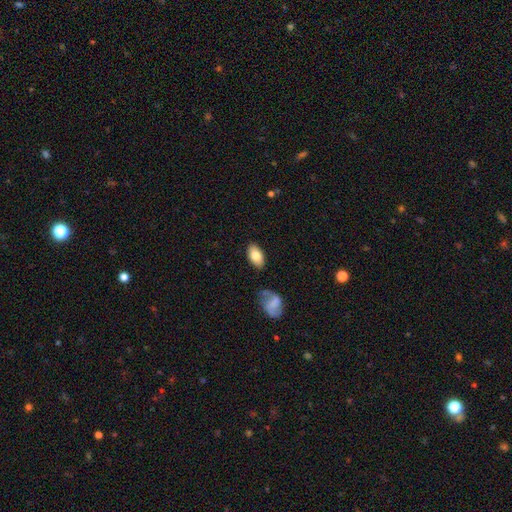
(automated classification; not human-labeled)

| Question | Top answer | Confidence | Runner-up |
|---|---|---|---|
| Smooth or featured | smooth | 79% | featured or disk (15%) |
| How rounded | in between | 93% | round (5%) |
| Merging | none | 81% | minor disturbance (12%) |